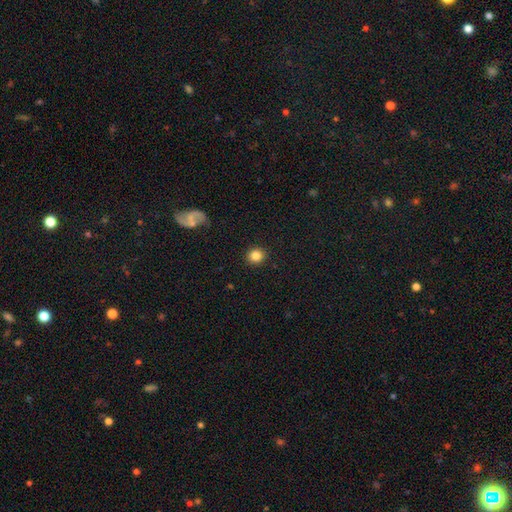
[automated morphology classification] Smooth or featured? smooth (85%)
How rounded? round (89%)
Merging? none (92%)